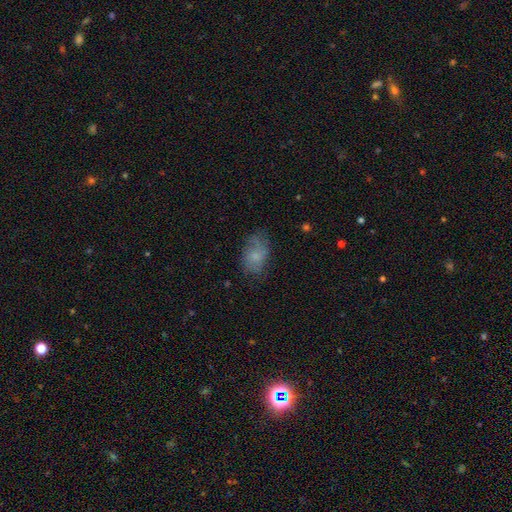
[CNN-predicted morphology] Q: Smooth or featured?
A: smooth (64%); runner-up: featured or disk (27%)
Q: How rounded?
A: in between (87%); runner-up: round (11%)
Q: Merging?
A: none (59%); runner-up: minor disturbance (27%)